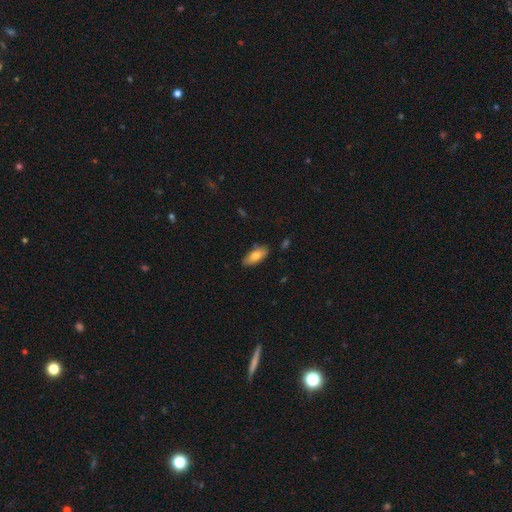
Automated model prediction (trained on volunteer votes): Smooth or featured? smooth (78%)
How rounded? in between (85%)
Merging? none (82%)